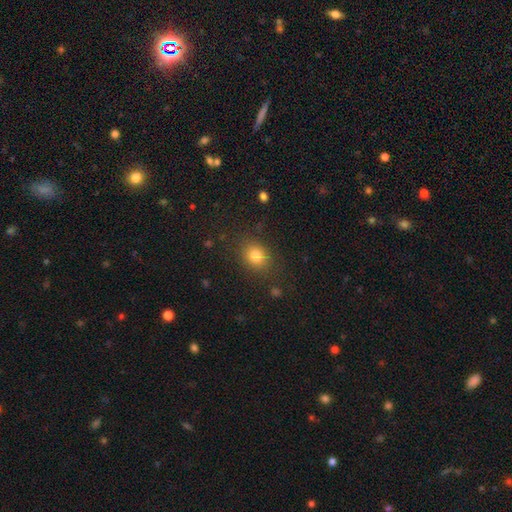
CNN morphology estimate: type=smooth (81%); roundness=round (55%); merging=none (84%).